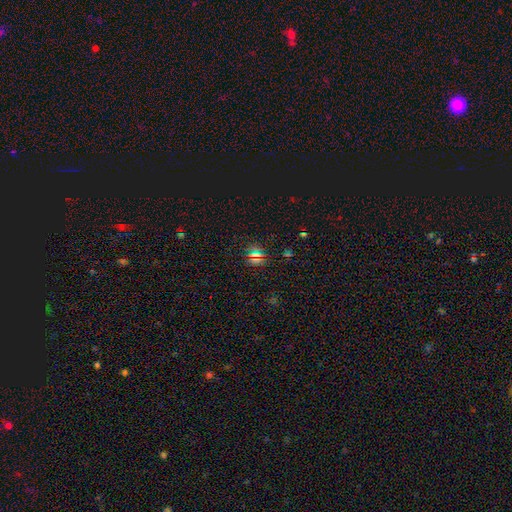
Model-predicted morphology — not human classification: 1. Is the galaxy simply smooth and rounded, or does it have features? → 61% star or artifact, 30% smooth, 9% featured or disk.